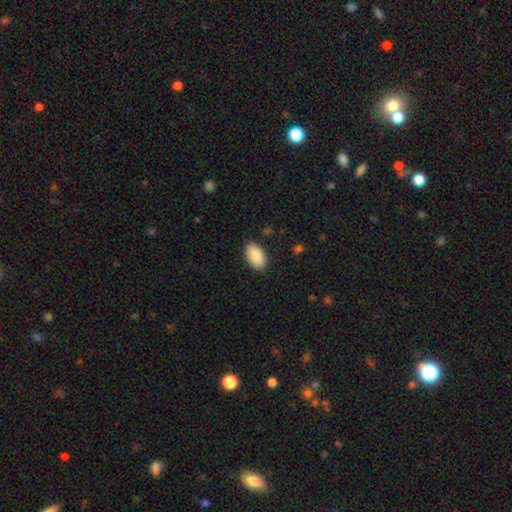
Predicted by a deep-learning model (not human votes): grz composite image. It shows a smooth galaxy with no disk features (90%) that is in between round and cigar-shaped (95%). Merging: none (87%).